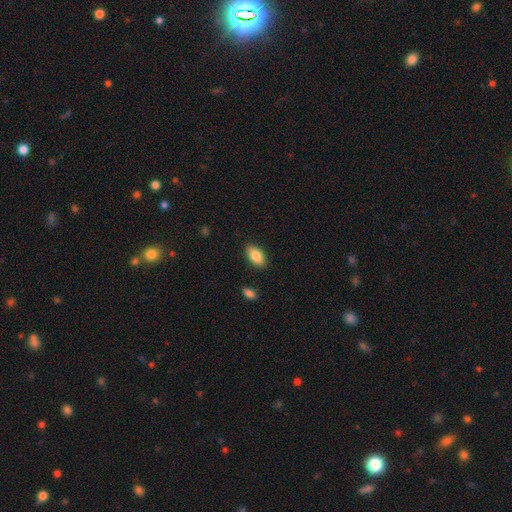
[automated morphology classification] Smooth or featured: smooth — 86% (featured or disk — 7%)
How rounded: in between — 93% (cigar-shaped — 4%)
Merging: none — 87% (minor disturbance — 9%)